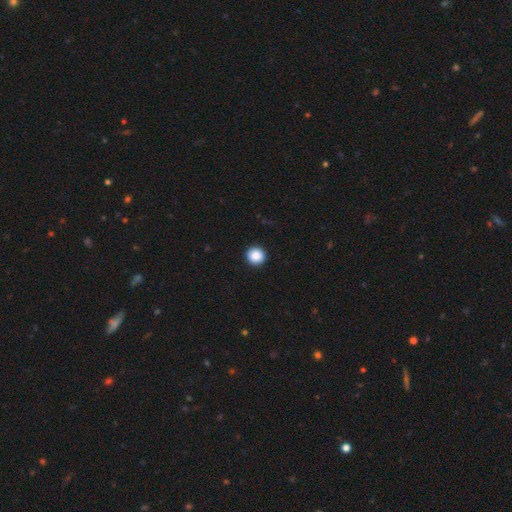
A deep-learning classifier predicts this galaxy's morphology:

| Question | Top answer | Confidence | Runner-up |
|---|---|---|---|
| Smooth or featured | smooth | 89% | star or artifact (9%) |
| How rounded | round | 96% | in between (3%) |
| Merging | none | 94% | minor disturbance (4%) |